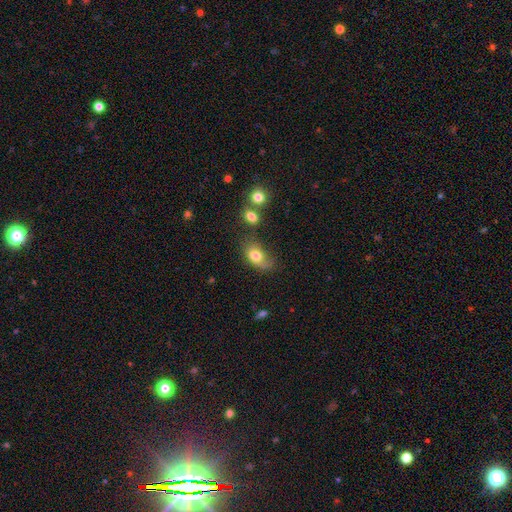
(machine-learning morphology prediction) This is likely a smooth galaxy (74%). How rounded: clearly in between (81%). Merging: marginally none (38%).